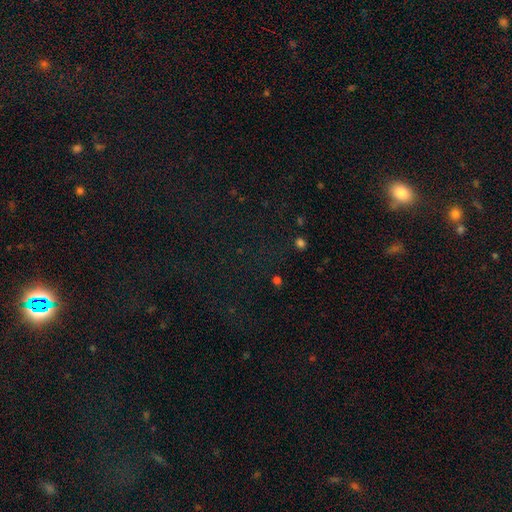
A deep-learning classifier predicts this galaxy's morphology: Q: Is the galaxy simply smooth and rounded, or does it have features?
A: star or artifact — 68%.